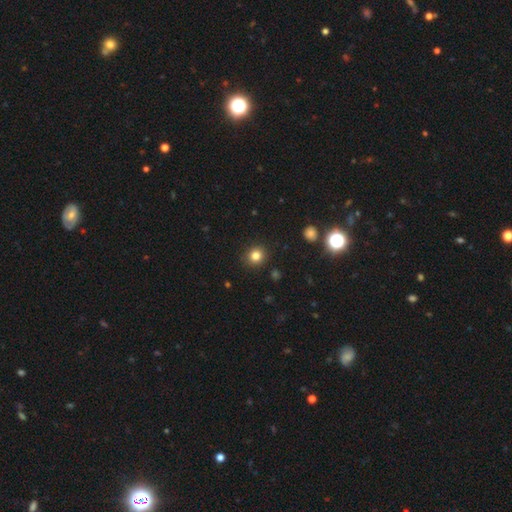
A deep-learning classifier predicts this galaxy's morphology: Smooth or featured?
  - smooth: 82% *
  - star or artifact: 12%
  - featured or disk: 5%
How rounded?
  - round: 88% *
  - in between: 11%
  - cigar-shaped: 1%
Merging?
  - none: 91% *
  - minor disturbance: 6%
  - major disturbance: 2%
  - merger: 1%